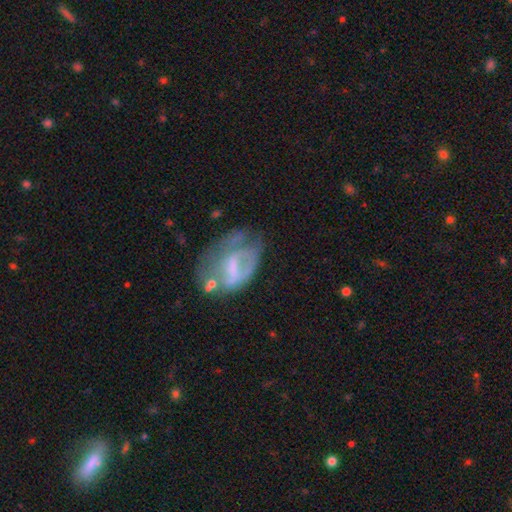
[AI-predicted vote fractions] smooth_or_featured: featured or disk (p=0.57) [alt: smooth p=0.26]
disk_edge_on: no (p=0.94) [alt: yes p=0.06]
bar: no (p=0.44) [alt: weak p=0.34]
has_spiral_arms: no (p=0.59) [alt: yes p=0.41]
bulge_size: none (p=0.38) [alt: small p=0.32]
merging: none (p=0.44) [alt: major disturbance p=0.25]